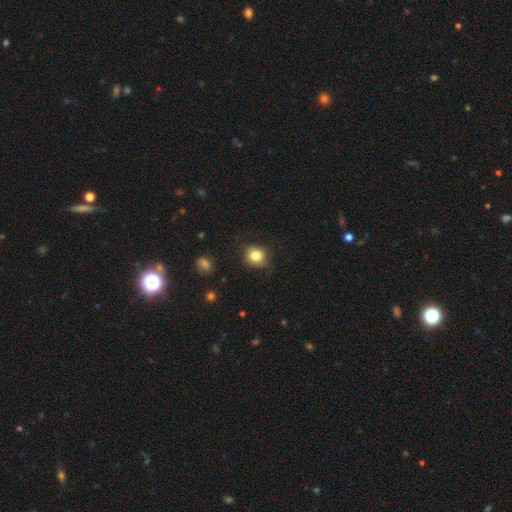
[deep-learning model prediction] Smooth or featured?
  - smooth: 82% *
  - star or artifact: 11%
  - featured or disk: 7%
How rounded?
  - round: 80% *
  - in between: 19%
  - cigar-shaped: 1%
Merging?
  - none: 80% *
  - minor disturbance: 15%
  - major disturbance: 4%
  - merger: 1%